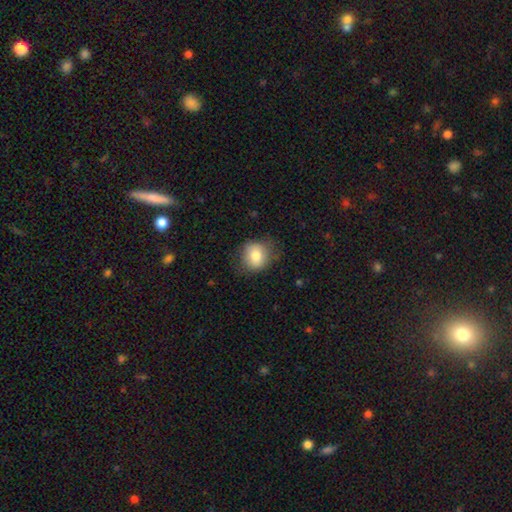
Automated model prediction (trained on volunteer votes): A smooth galaxy with no disk features (79%) that is round (72%). Merging: none (70%).